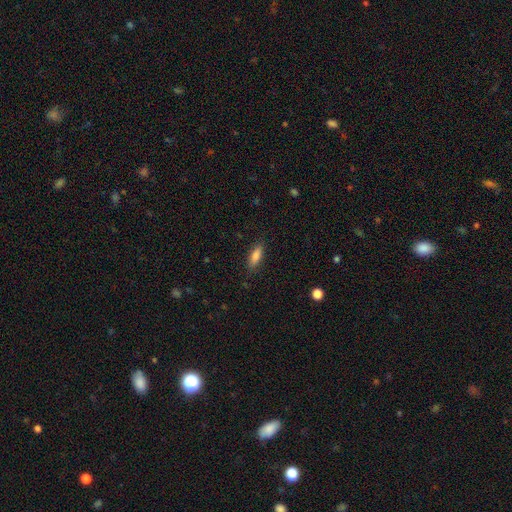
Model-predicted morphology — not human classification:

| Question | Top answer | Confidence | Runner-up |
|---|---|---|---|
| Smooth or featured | smooth | 84% | featured or disk (9%) |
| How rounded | in between | 64% | cigar-shaped (34%) |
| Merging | none | 85% | minor disturbance (11%) |